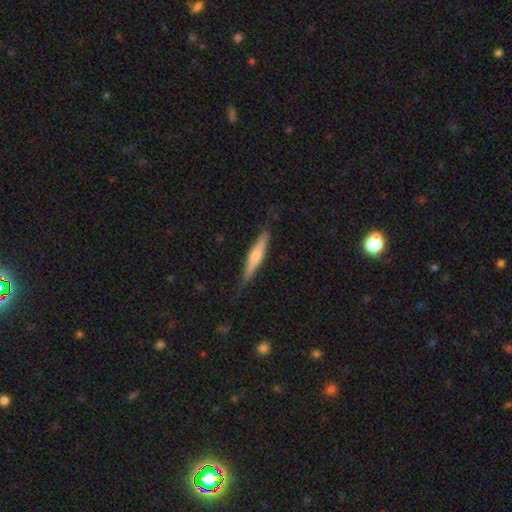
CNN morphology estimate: Smooth or featured? Predicted: featured or disk (p=0.51). Edge-on disk? Predicted: yes (p=0.95). Merging? Predicted: none (p=0.84).